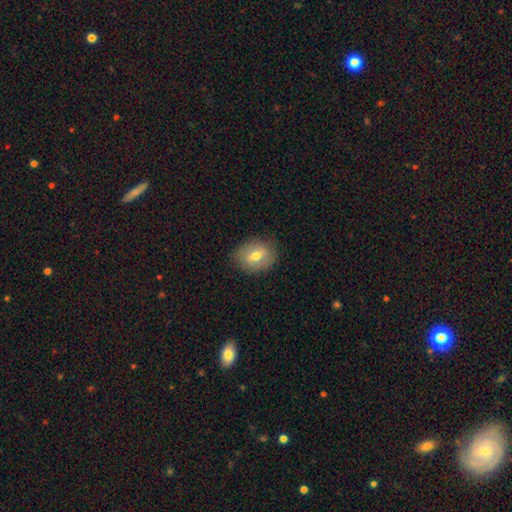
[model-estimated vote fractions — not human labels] Morphology: type=smooth (64%); roundness=round (52%); merging=none (82%).